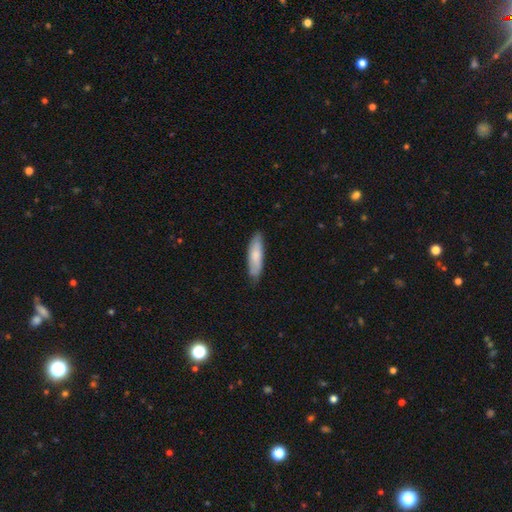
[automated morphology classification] This appears to be a smooth galaxy with no disk features (76%) that is cigar-shaped (62%). Merging: none (81%).